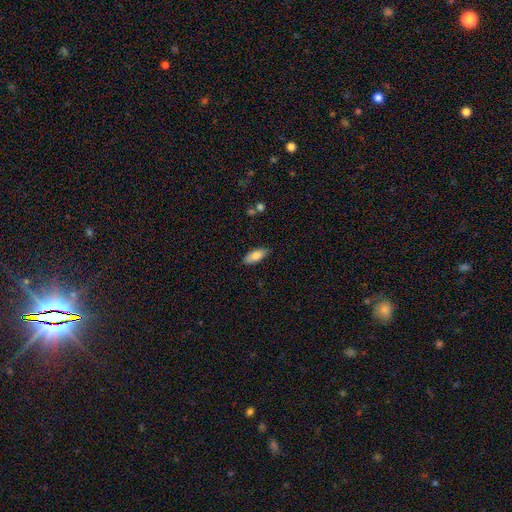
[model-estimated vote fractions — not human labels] A smooth galaxy with no disk features (82%) that is in between round and cigar-shaped (80%). Merging: none (79%).